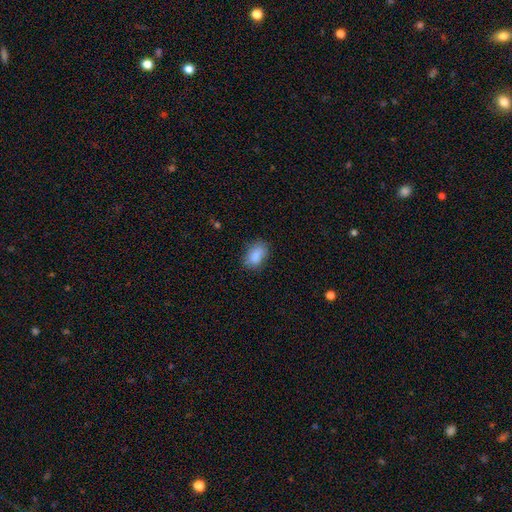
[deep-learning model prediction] Smooth or featured: smooth — 87% (star or artifact — 8%)
How rounded: in between — 87% (round — 11%)
Merging: none — 77% (minor disturbance — 18%)